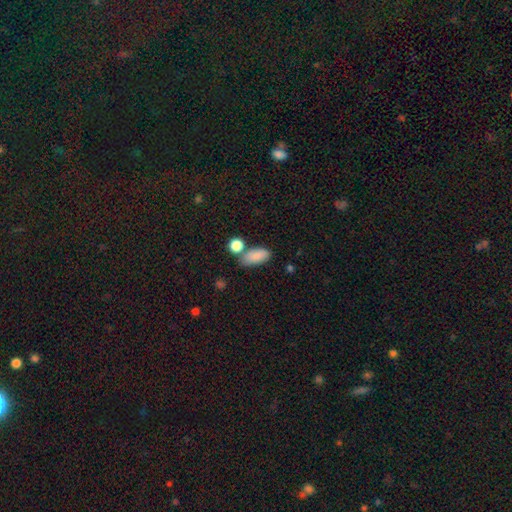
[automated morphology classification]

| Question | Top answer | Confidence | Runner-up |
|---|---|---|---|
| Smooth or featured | smooth | 85% | star or artifact (8%) |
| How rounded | in between | 88% | cigar-shaped (7%) |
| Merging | none | 60% | merger (18%) |